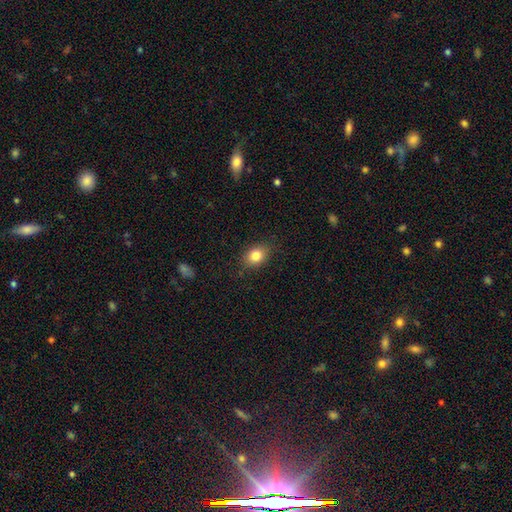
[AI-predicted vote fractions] The model was most divided on "how rounded": in between: 61%, round: 37%, cigar-shaped: 1%. More confident: merging — none (84%); smooth or featured — smooth (83%).